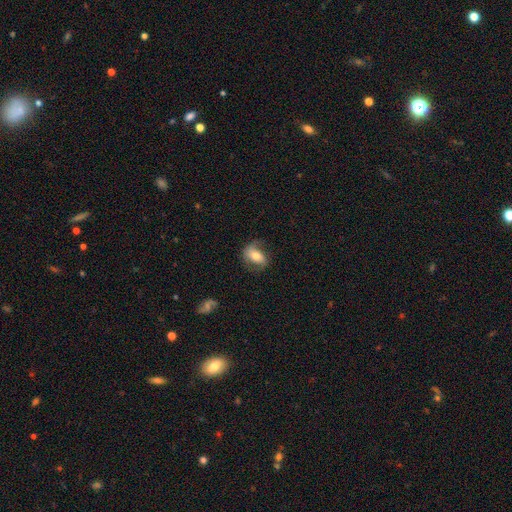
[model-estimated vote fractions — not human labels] Q: Smooth or featured?
A: featured or disk (50%); runner-up: smooth (42%)
Q: Edge-on disk?
A: no (93%); runner-up: yes (7%)
Q: Merging?
A: none (64%); runner-up: minor disturbance (22%)